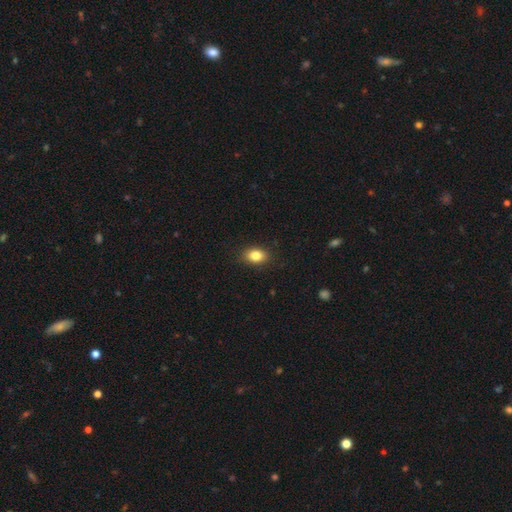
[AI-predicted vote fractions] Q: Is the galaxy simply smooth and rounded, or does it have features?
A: smooth — 84%.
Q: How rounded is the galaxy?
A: in between — 77%.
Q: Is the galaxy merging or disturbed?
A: none — 88%.